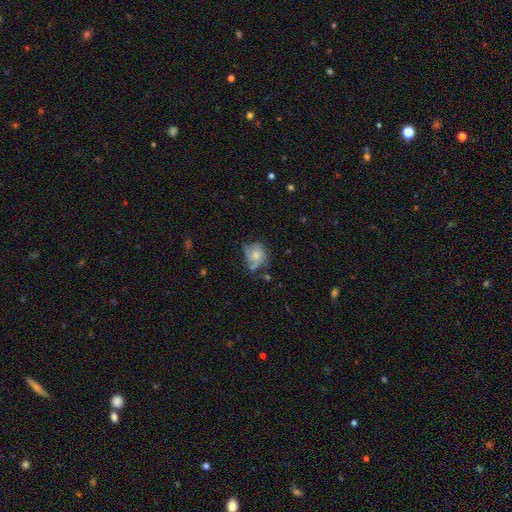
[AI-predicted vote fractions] Smooth or featured? featured or disk (47%)
Merging? none (44%)